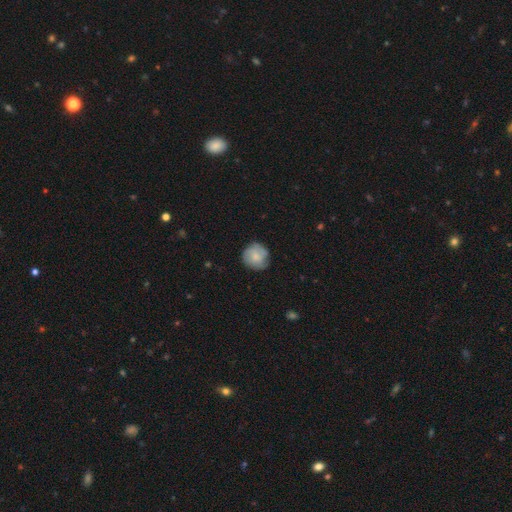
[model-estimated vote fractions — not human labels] smooth-or-featured: smooth: 60% | featured or disk: 33% | star or artifact: 7%
  how-rounded: round: 90% | in between: 9% | cigar-shaped: 1%
  merging: none: 75% | minor disturbance: 19% | major disturbance: 5% | merger: 1%